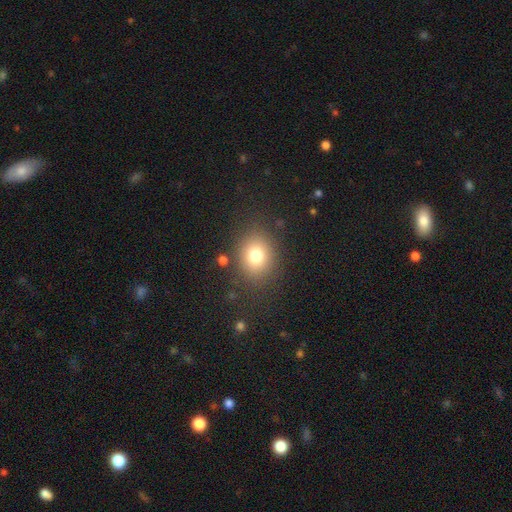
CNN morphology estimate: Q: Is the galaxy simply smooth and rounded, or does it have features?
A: smooth — 77%.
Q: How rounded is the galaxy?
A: round — 60%.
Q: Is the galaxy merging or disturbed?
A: none — 83%.